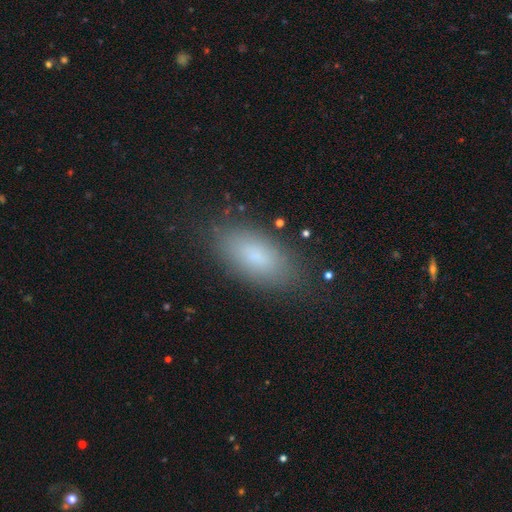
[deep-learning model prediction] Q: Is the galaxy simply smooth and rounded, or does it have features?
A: smooth — 81%.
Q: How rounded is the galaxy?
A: in between — 88%.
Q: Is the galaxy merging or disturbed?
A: none — 83%.